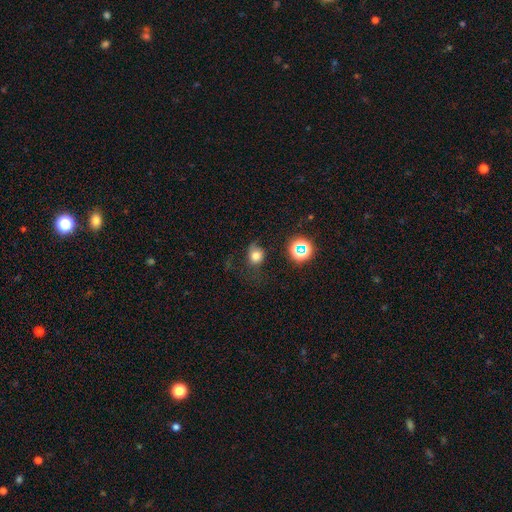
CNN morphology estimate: The model was most divided on "merging": none: 52%, minor disturbance: 28%, major disturbance: 18%, merger: 3%. More confident: smooth or featured — smooth (74%); how rounded — round (71%).